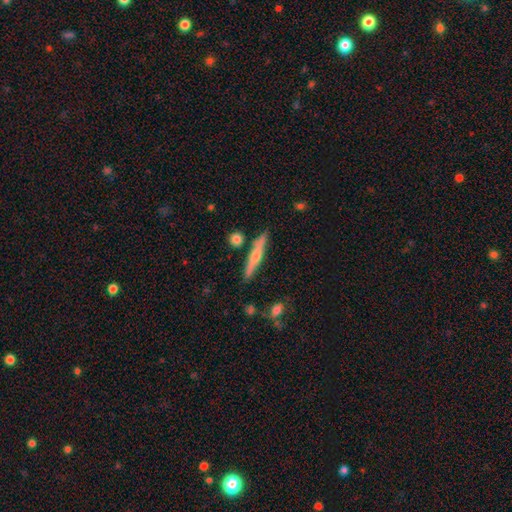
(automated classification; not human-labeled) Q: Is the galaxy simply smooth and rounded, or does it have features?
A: featured or disk — 52%.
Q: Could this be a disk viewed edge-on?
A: yes — 95%.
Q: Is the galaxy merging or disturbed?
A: none — 84%.